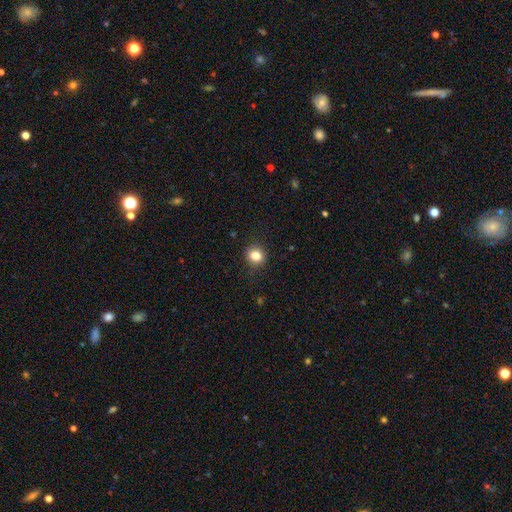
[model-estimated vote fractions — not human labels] Smooth or featured? smooth (82%)
How rounded? round (76%)
Merging? none (88%)